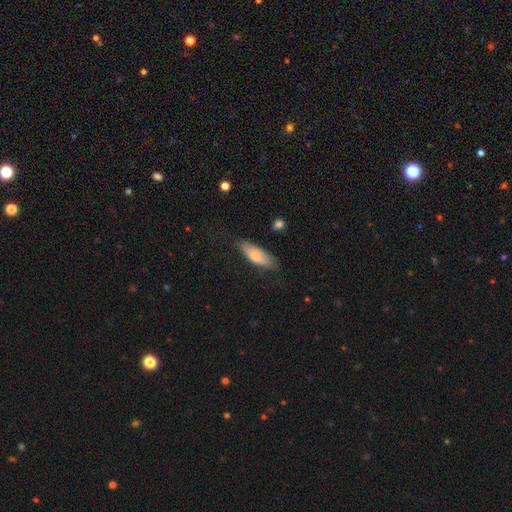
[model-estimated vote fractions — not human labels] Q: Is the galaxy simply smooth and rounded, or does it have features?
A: smooth — 75%.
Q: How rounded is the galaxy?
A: in between — 63%.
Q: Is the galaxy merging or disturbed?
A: none — 69%.